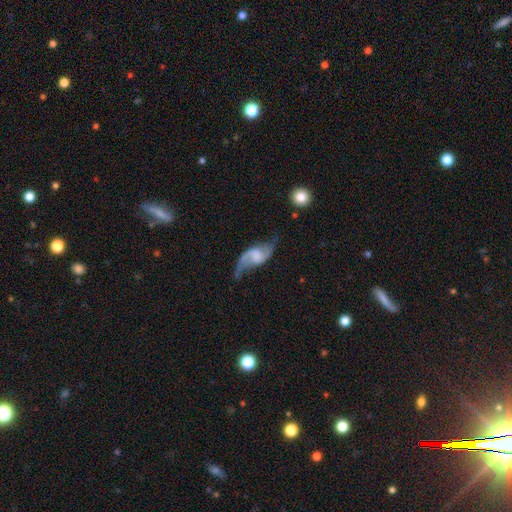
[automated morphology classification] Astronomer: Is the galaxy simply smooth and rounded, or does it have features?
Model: featured or disk — 83%.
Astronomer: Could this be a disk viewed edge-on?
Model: no — 96%.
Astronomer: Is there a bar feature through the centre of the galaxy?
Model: weak — 45% (runner-up: no, 42%).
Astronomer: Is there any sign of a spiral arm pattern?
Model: yes — 95%.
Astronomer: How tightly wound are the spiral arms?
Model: loose — 74%.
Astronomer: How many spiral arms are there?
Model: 2 — 90%.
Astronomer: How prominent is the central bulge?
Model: none — 42% (runner-up: small, 23%).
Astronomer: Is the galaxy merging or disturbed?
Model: none — 58%.